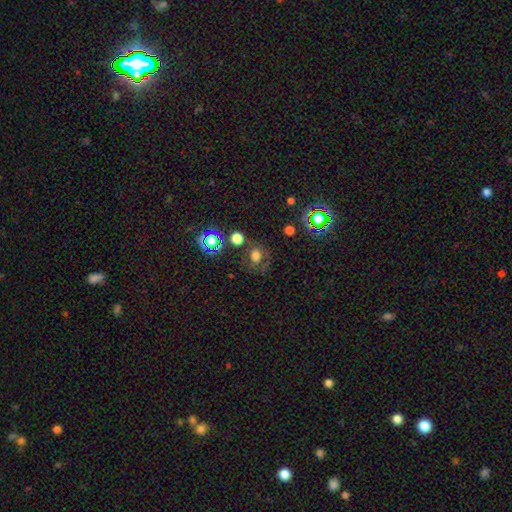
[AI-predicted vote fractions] A smooth galaxy with no disk features (58%) that is round (66%). Merging: none (63%).